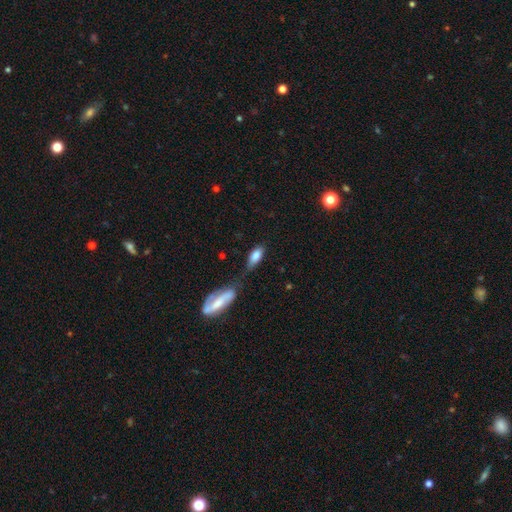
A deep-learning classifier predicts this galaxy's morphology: Smooth or featured: smooth — 79% (featured or disk — 14%)
How rounded: in between — 82% (cigar-shaped — 14%)
Merging: none — 46% (minor disturbance — 23%)